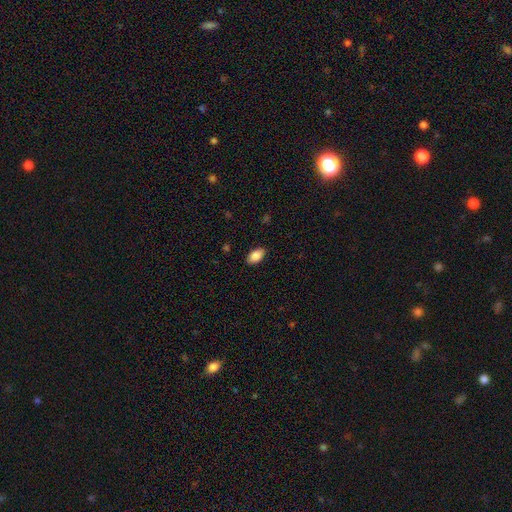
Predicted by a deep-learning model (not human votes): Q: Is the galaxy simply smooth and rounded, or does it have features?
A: smooth — 86%.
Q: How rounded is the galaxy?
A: in between — 93%.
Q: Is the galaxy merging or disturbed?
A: none — 88%.